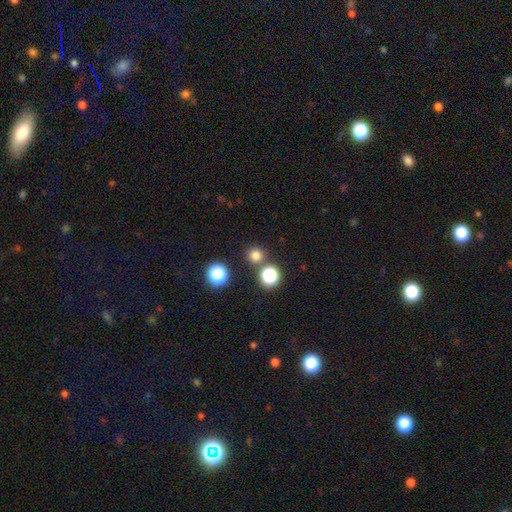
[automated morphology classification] A smooth galaxy with no disk features (74%) that is round (93%). Merging: none (83%).